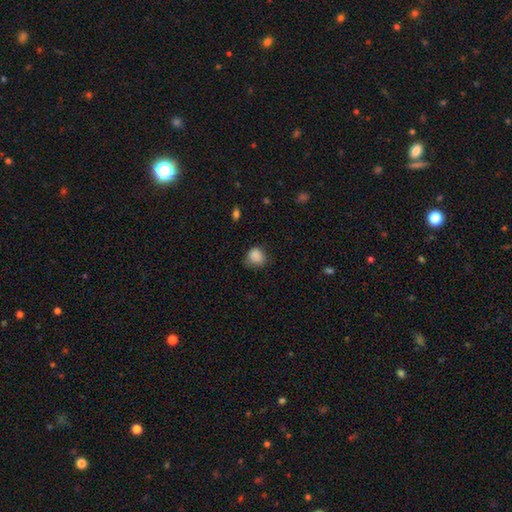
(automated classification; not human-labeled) Smooth or featured?
  - smooth: 85% *
  - star or artifact: 10%
  - featured or disk: 5%
How rounded?
  - round: 74% *
  - in between: 25%
  - cigar-shaped: 1%
Merging?
  - none: 58% *
  - minor disturbance: 31%
  - major disturbance: 8%
  - merger: 2%